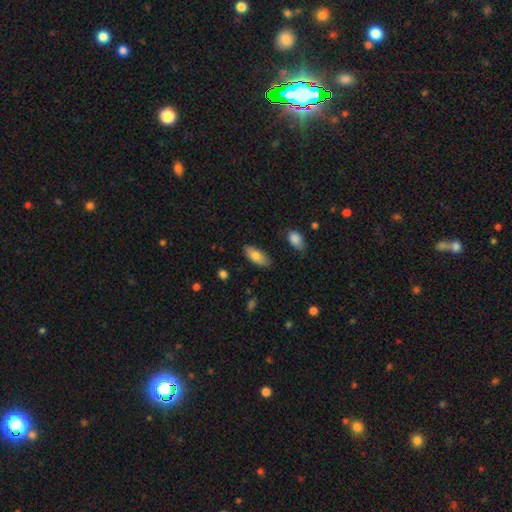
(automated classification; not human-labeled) Smooth or featured? smooth (77%)
How rounded? in between (84%)
Merging? none (83%)